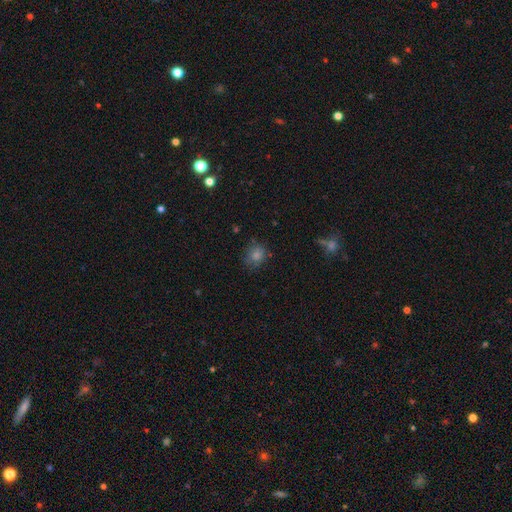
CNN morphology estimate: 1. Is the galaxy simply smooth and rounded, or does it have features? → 72% smooth, 19% star or artifact, 9% featured or disk.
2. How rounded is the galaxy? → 68% round, 31% in between, 1% cigar-shaped.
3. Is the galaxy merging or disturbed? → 77% none, 16% minor disturbance, 5% major disturbance, 2% merger.